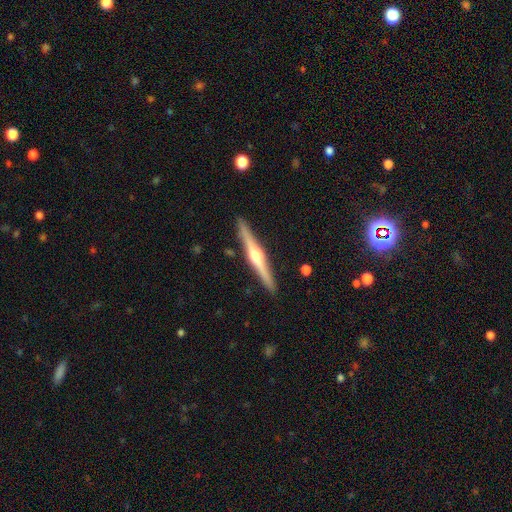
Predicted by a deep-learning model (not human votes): smooth-or-featured: featured or disk: 76% | smooth: 19% | star or artifact: 5%
  disk-edge-on: yes: 98% | no: 2%
    edge-on-bulge: rounded: 92% | boxy: 4% | none: 4%
  merging: none: 91% | minor disturbance: 6% | major disturbance: 1% | merger: 1%